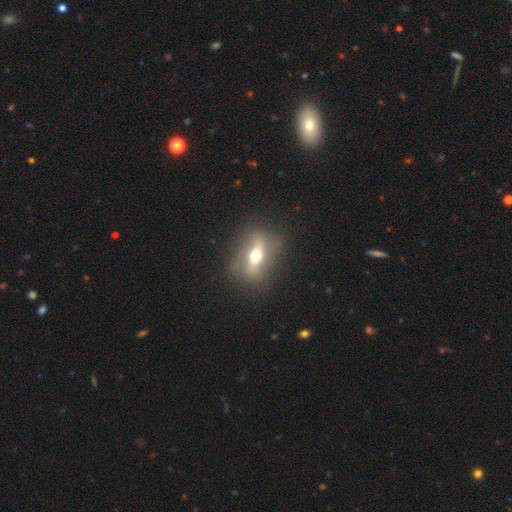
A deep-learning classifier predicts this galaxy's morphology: This appears to be a featured or disk galaxy (52%) viewed edge-on (50%, tied with no). Merging: none (80%).